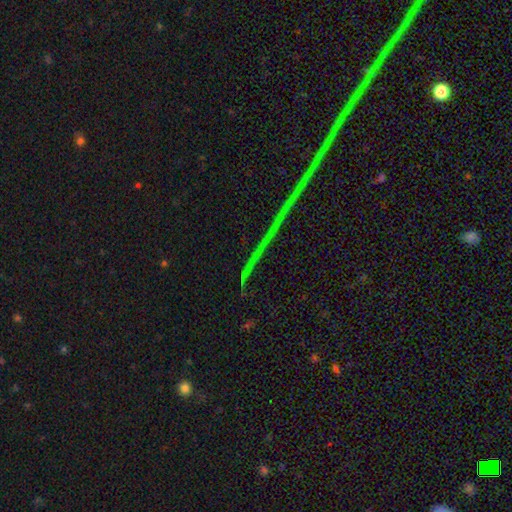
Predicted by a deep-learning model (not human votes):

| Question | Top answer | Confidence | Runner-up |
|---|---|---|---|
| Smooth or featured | star or artifact | 82% | featured or disk (11%) |